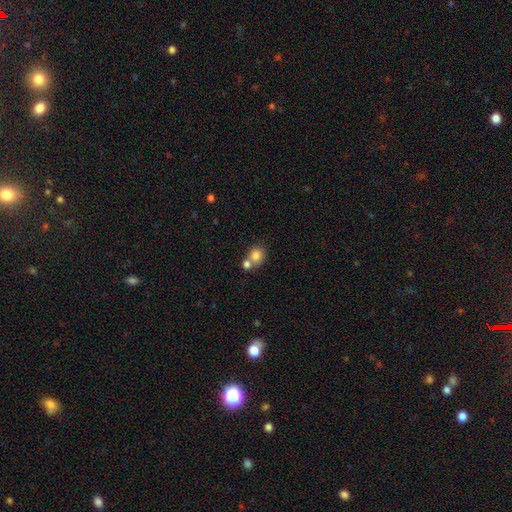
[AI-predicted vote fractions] Smooth or featured?
  - smooth: 81% *
  - star or artifact: 10%
  - featured or disk: 9%
How rounded?
  - round: 74% *
  - in between: 25%
  - cigar-shaped: 1%
Merging?
  - none: 45% *
  - merger: 43%
  - minor disturbance: 9%
  - major disturbance: 3%